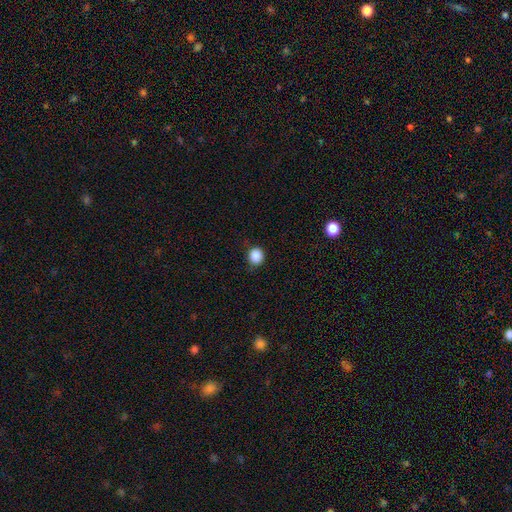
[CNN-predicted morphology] type=smooth (88%); roundness=round (84%); merging=none (83%).